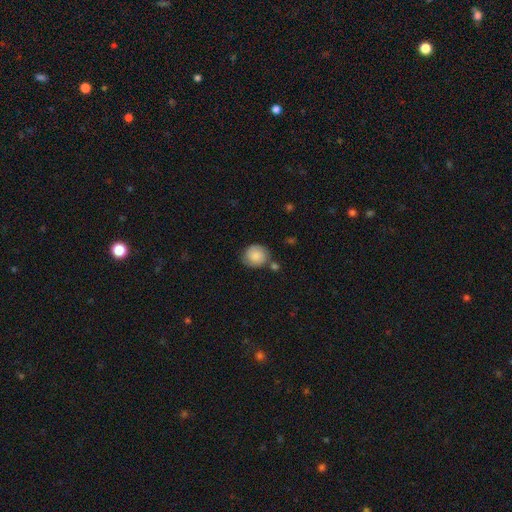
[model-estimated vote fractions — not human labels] The model was most divided on "merging": none: 68%, minor disturbance: 17%, merger: 10%, major disturbance: 4%. More confident: how rounded — round (83%); smooth or featured — smooth (81%).